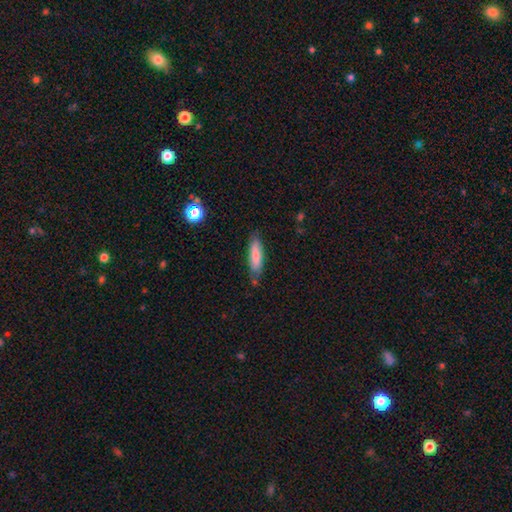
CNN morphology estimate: smooth 80%, featured or disk 14%, star or artifact 6%. Down the decision tree: how rounded — cigar-shaped (64%); merging — none (74%).